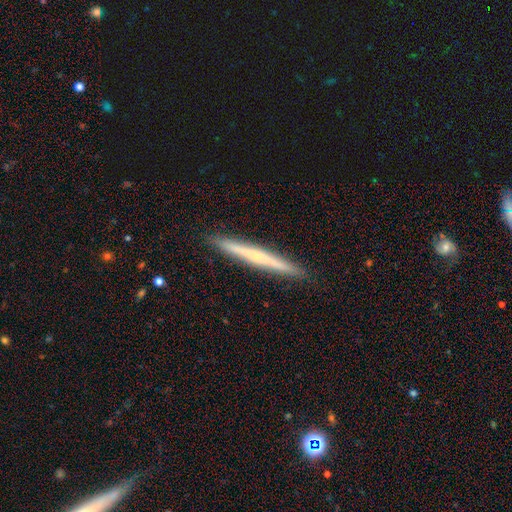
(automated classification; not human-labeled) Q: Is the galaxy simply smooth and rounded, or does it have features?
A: featured or disk — 55%.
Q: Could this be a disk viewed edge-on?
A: yes — 98%.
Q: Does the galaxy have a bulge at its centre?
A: none — 58%.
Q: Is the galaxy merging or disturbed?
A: none — 93%.